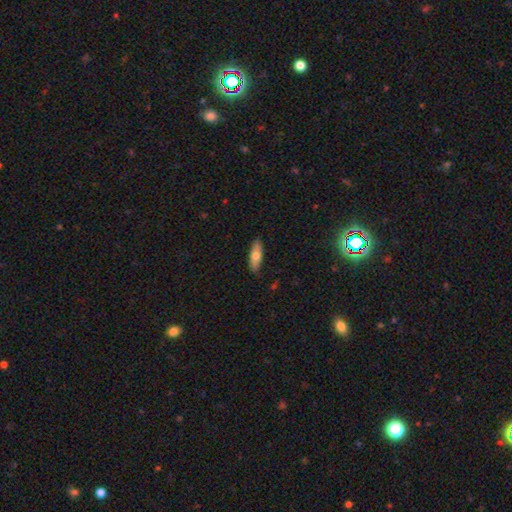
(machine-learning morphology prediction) A smooth galaxy with no disk features (69%) that is in between round and cigar-shaped (56%).

Vote fractions:
- Smooth or featured? smooth: 69% / featured or disk: 25% / star or artifact: 6%
- How rounded? in between: 56% / cigar-shaped: 41% / round: 2%
- Merging? none: 87% / minor disturbance: 10% / major disturbance: 2% / merger: 1%